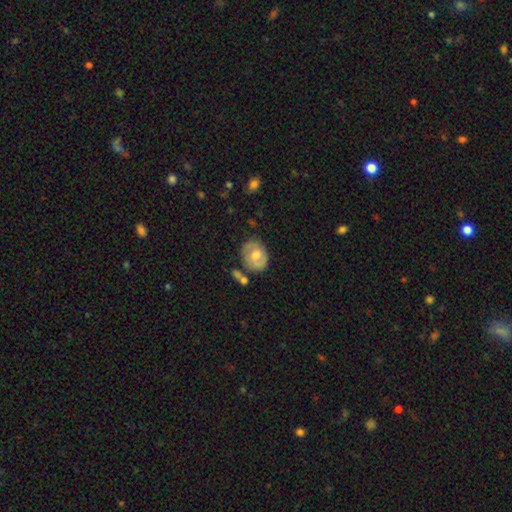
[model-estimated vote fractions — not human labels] Smooth or featured?
  - featured or disk: 47% *
  - smooth: 46%
  - star or artifact: 7%
Merging?
  - none: 65% *
  - minor disturbance: 21%
  - merger: 7%
  - major disturbance: 6%